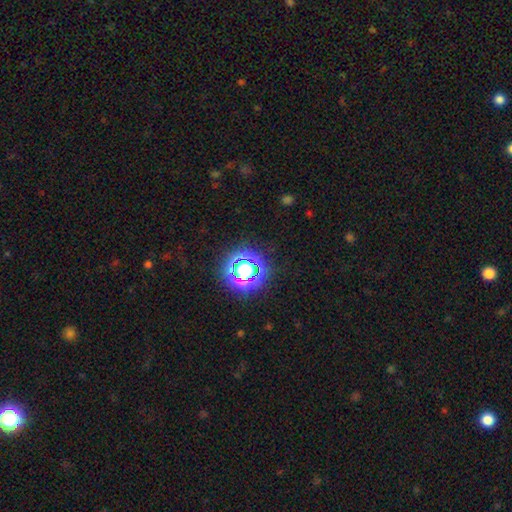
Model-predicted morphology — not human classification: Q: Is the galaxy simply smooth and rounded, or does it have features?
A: star or artifact — 79%.